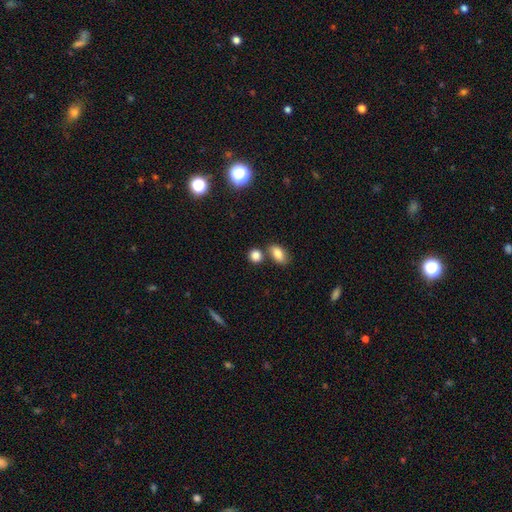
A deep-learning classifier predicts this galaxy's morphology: Smooth or featured? smooth (84%)
How rounded? round (63%)
Merging? none (64%)